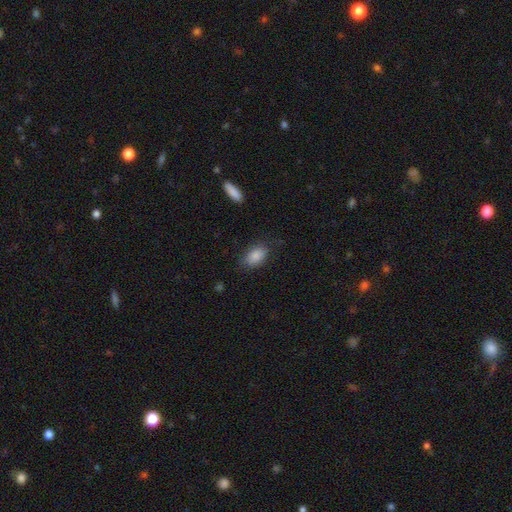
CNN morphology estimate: Smooth or featured: smooth — 87% (star or artifact — 7%)
How rounded: in between — 90% (round — 7%)
Merging: none — 80% (minor disturbance — 15%)